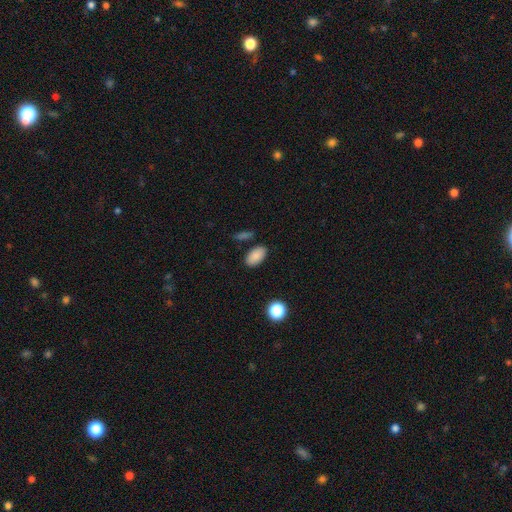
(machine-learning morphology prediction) smooth_or_featured: smooth (p=0.87) [alt: star or artifact p=0.08]
how_rounded: in between (p=0.93) [alt: round p=0.05]
merging: none (p=0.84) [alt: minor disturbance p=0.10]